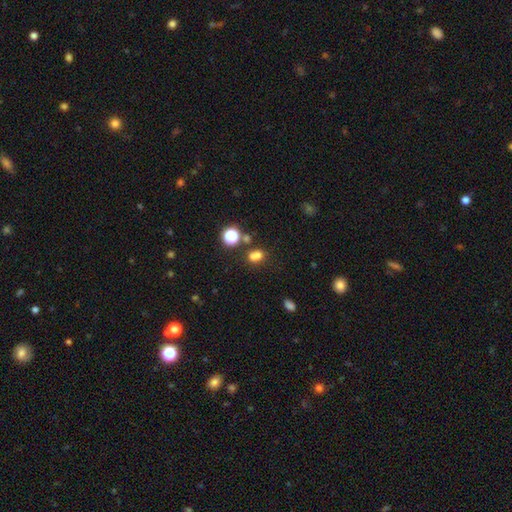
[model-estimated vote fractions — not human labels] A smooth galaxy with no disk features (67%) that is round (59%). Merging: none (47%).